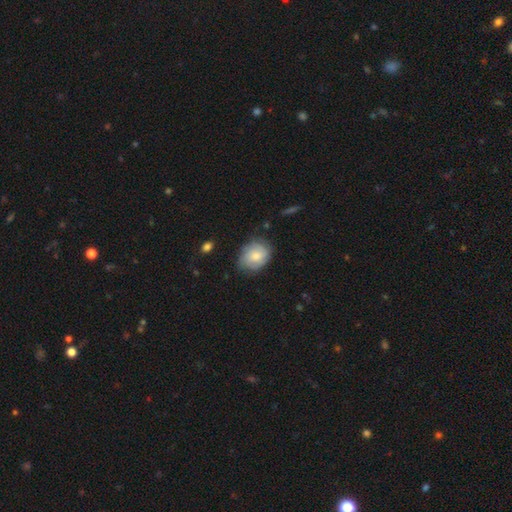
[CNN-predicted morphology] smooth 67%, featured or disk 26%, star or artifact 7%. Down the decision tree: how rounded — in between (50%); merging — none (71%).